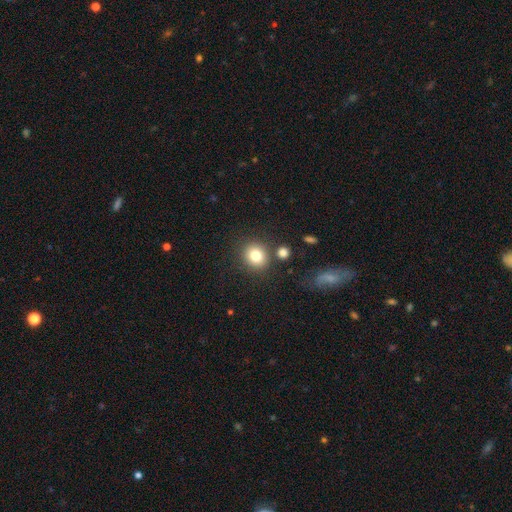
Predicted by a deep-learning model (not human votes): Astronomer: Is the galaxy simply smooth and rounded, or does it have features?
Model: smooth — 81%.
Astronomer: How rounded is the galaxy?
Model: round — 79%.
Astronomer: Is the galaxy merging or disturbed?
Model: none — 79%.